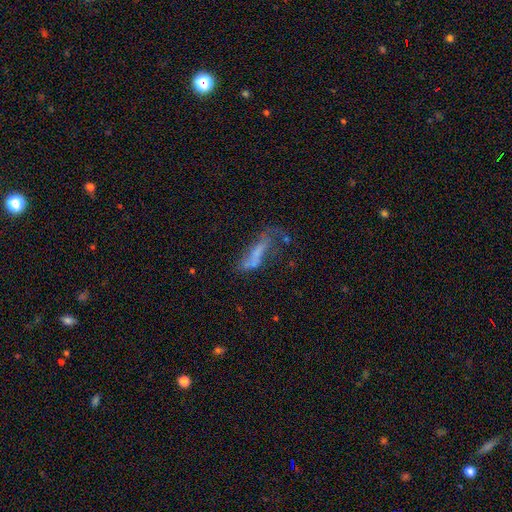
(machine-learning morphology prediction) Smooth or featured? Predicted: smooth (p=0.46). Merging? Predicted: major disturbance (p=0.38).